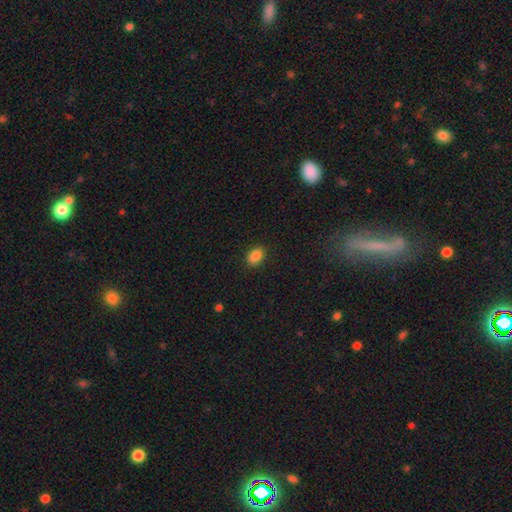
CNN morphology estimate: Smooth or featured? Predicted: smooth (p=0.86). How rounded? Predicted: in between (p=0.83). Merging? Predicted: none (p=0.87).